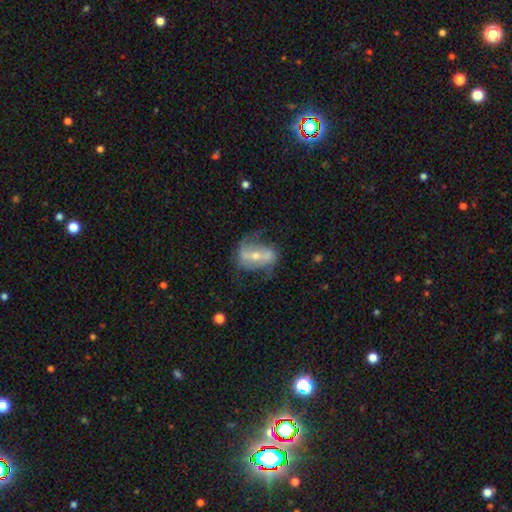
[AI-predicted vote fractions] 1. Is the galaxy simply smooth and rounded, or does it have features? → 73% featured or disk, 19% smooth, 7% star or artifact.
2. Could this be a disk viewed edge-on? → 91% no, 9% yes.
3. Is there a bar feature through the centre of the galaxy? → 54% strong, 28% weak, 19% no.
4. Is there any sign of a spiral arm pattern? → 71% yes, 29% no.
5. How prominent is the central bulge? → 48% moderate (tied), 48% small (tied), 2% large, 1% none, 1% dominant.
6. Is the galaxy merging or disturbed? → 52% none, 24% minor disturbance, 20% major disturbance, 4% merger.